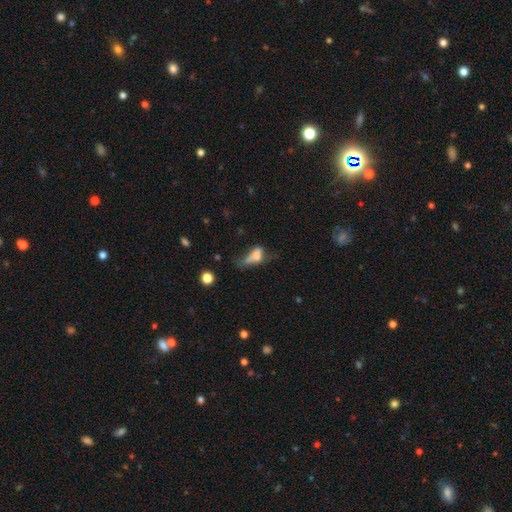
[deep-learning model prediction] Smooth or featured?
  - smooth: 60% *
  - featured or disk: 27%
  - star or artifact: 13%
How rounded?
  - in between: 74% *
  - cigar-shaped: 16%
  - round: 10%
Merging?
  - major disturbance: 47% *
  - minor disturbance: 22%
  - none: 19%
  - merger: 11%